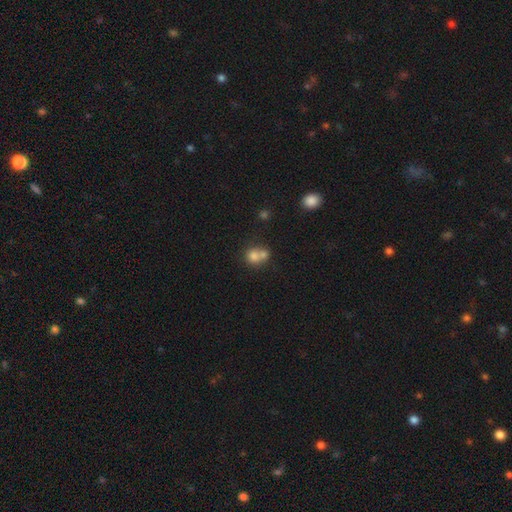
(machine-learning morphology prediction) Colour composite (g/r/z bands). It shows a smooth galaxy with no disk features (74%) that is round (74%). Merging: merger (61%).